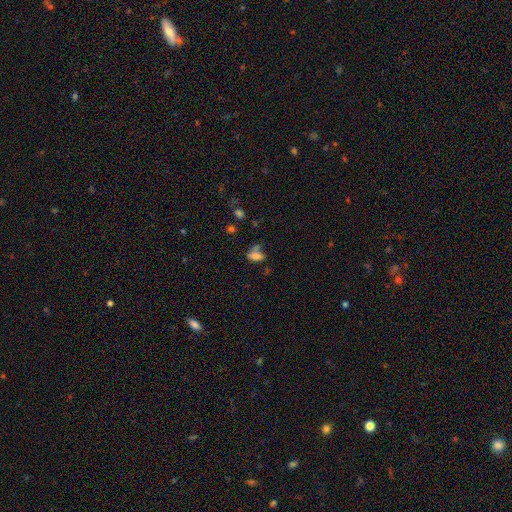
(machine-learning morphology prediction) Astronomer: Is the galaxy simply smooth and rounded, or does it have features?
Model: smooth — 70%.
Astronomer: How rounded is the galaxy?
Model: in between — 83%.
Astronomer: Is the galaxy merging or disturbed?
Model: none — 42% (runner-up: merger, 23%).